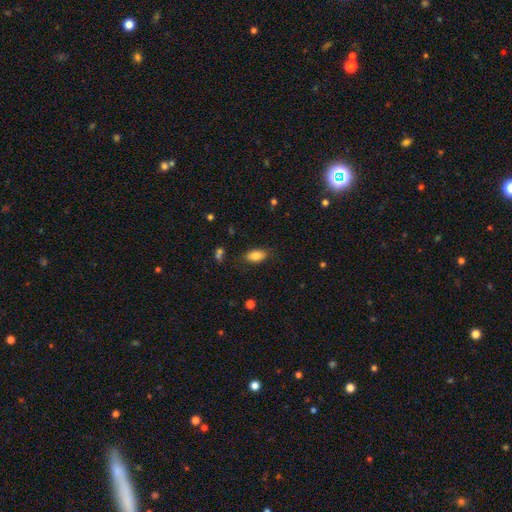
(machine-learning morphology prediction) smooth 83%, featured or disk 9%, star or artifact 8%. Down the decision tree: how rounded — in between (91%); merging — none (81%).